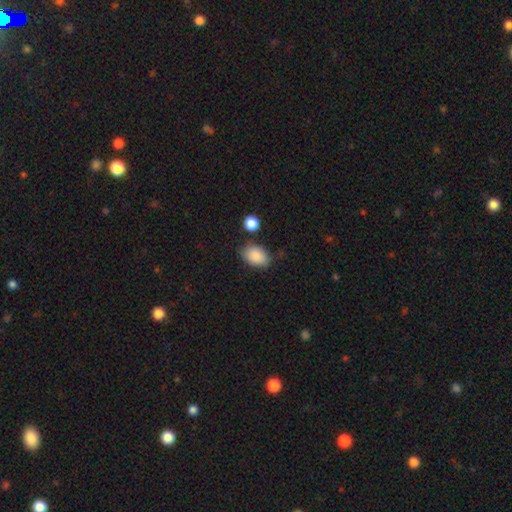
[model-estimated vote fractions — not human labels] This appears to be a smooth galaxy with no disk features (88%) that is in between round and cigar-shaped (86%). Merging: none (73%).